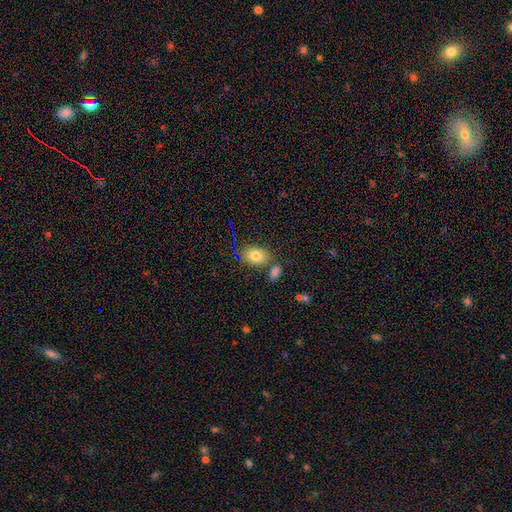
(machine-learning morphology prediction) Smooth or featured?
  - smooth: 80% *
  - featured or disk: 10%
  - star or artifact: 10%
How rounded?
  - in between: 80% *
  - round: 18%
  - cigar-shaped: 2%
Merging?
  - none: 68% *
  - merger: 16%
  - minor disturbance: 12%
  - major disturbance: 4%